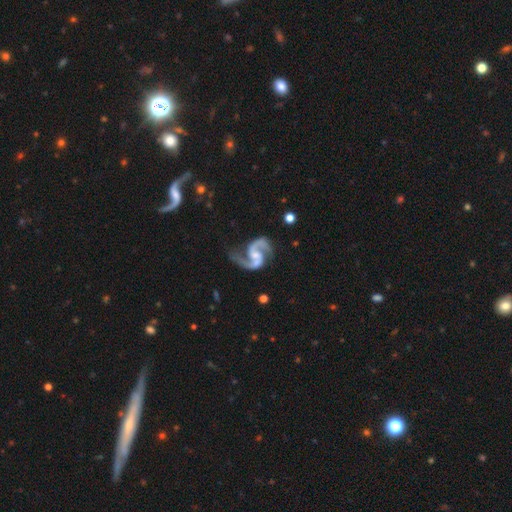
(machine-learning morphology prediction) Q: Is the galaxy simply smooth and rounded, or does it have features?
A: featured or disk — 94%.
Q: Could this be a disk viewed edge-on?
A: no — 98%.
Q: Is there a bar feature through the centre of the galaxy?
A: weak — 45%.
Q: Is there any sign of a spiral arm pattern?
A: yes — 98%.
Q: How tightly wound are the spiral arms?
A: medium — 57%.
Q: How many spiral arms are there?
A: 2 — 94%.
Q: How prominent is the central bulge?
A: small — 43%.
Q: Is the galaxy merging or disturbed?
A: none — 67%.